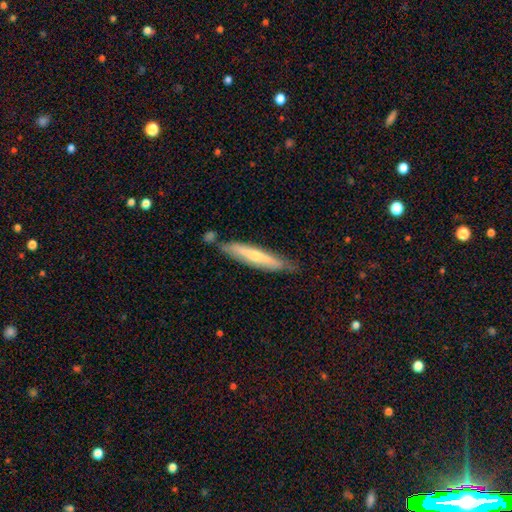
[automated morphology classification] This appears to be a featured or disk galaxy (54%) viewed edge-on (79%). Merging: none (70%).